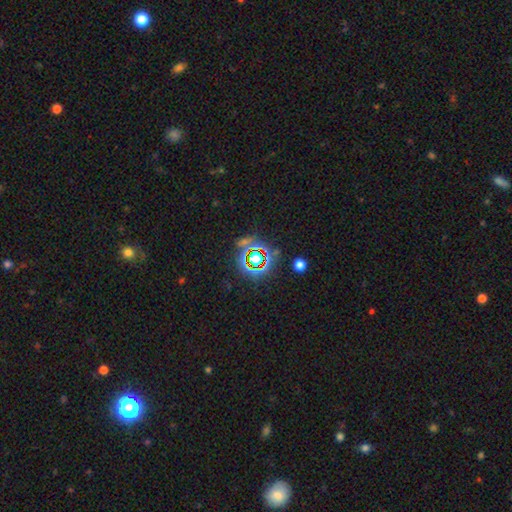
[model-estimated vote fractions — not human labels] star or artifact 76%, smooth 14%, featured or disk 10%.